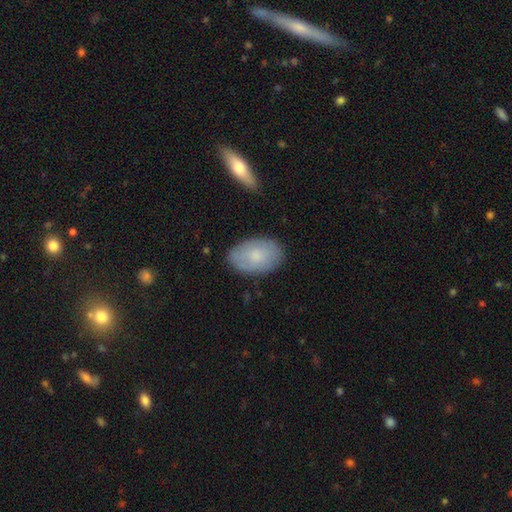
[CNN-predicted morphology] smooth 73%, featured or disk 21%, star or artifact 6%. Down the decision tree: how rounded — in between (93%); merging — none (83%).